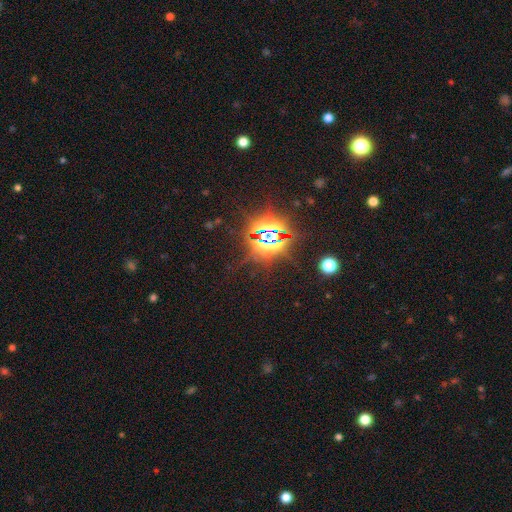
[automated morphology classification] A star or artifact, not a galaxy (85%).